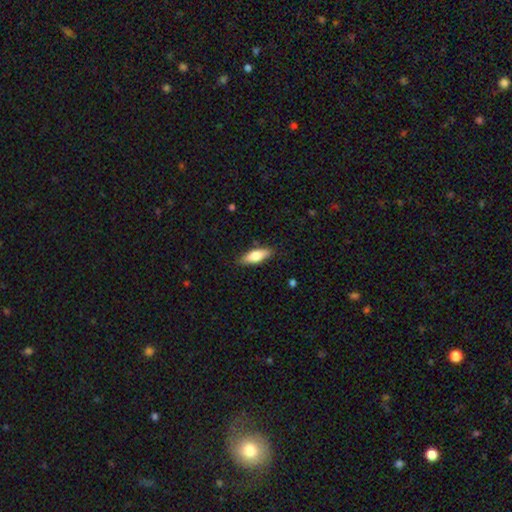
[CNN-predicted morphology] Smooth or featured? smooth (72%)
How rounded? in between (64%)
Merging? none (84%)